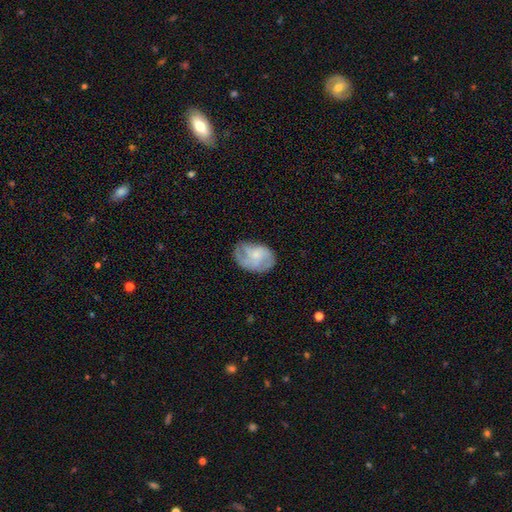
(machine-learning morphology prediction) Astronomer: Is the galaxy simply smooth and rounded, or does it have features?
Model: featured or disk — 53% (runner-up: smooth, 40%).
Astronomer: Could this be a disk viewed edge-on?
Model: no — 97%.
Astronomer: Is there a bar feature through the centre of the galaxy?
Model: no — 72%.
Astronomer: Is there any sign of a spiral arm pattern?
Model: yes — 78%.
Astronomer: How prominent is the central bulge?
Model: small — 56%.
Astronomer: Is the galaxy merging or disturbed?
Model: none — 61%.